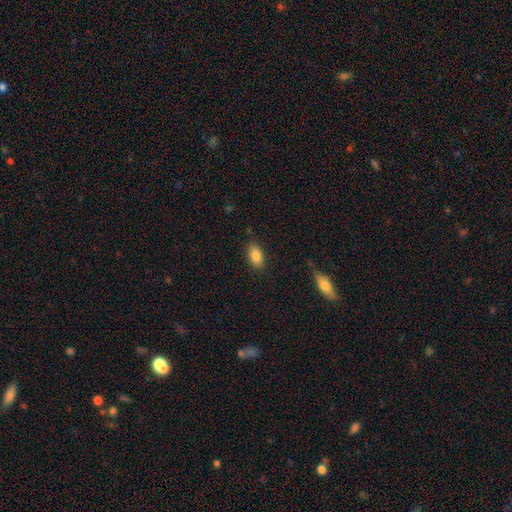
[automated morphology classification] A smooth galaxy with no disk features (85%) that is in between round and cigar-shaped (92%). Merging: none (85%).